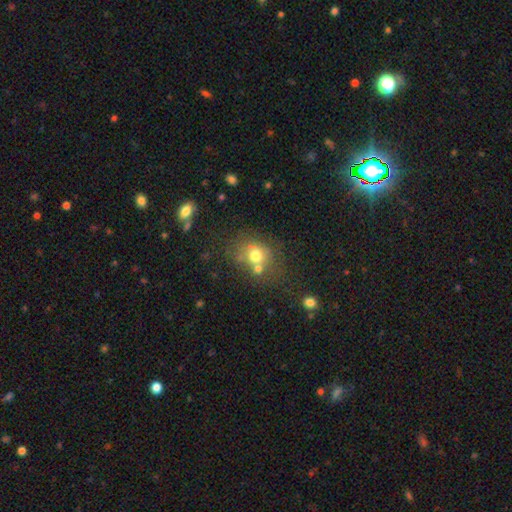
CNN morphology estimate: smooth_or_featured: smooth (p=0.69) [alt: featured or disk p=0.18]
how_rounded: round (p=0.69) [alt: in between p=0.30]
merging: none (p=0.51) [alt: merger p=0.27]